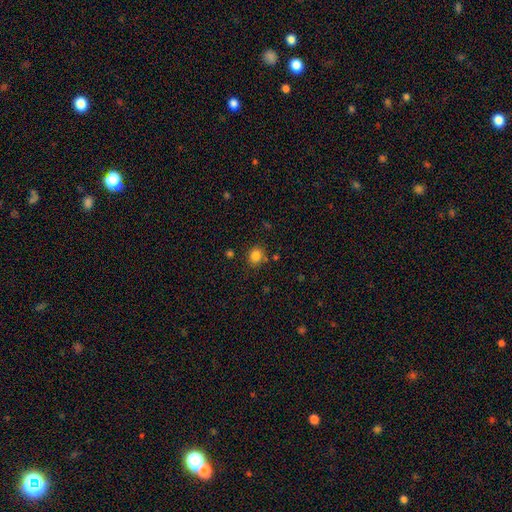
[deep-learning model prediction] Smooth or featured: smooth — 83% (star or artifact — 12%)
How rounded: round — 74% (in between — 25%)
Merging: none — 80% (minor disturbance — 11%)